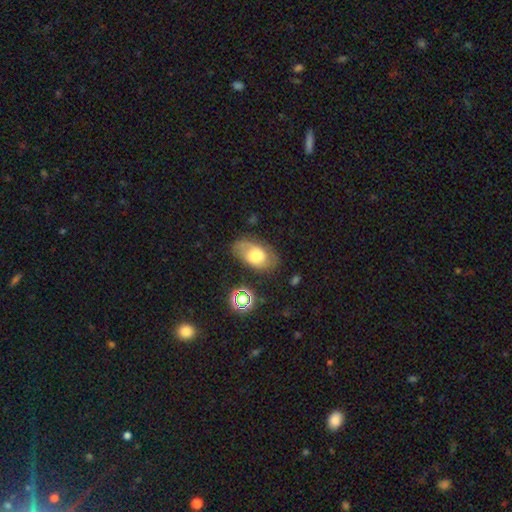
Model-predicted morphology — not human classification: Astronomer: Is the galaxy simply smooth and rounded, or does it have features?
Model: smooth — 59%.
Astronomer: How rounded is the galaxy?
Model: in between — 90%.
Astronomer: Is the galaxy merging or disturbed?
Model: none — 67%.